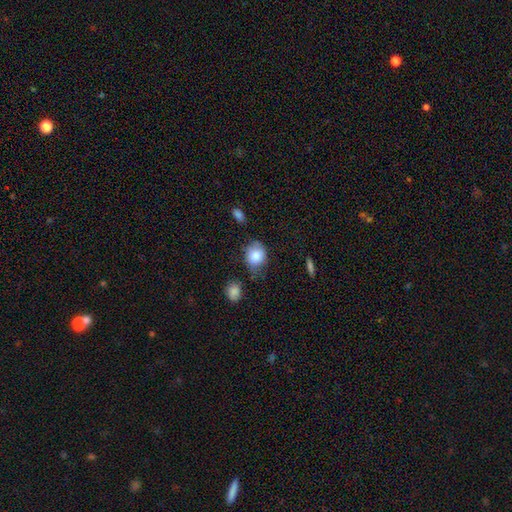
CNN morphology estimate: Q: Smooth or featured?
A: smooth (82%); runner-up: featured or disk (10%)
Q: How rounded?
A: round (53%); runner-up: in between (46%)
Q: Merging?
A: none (56%); runner-up: minor disturbance (31%)